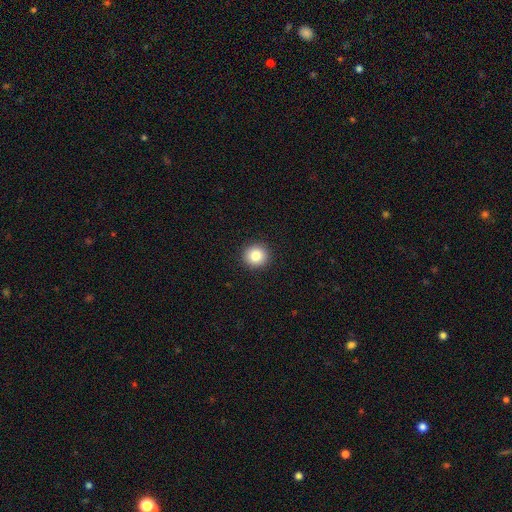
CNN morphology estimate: A smooth galaxy with no disk features (84%) that is round (93%). Merging: none (92%).